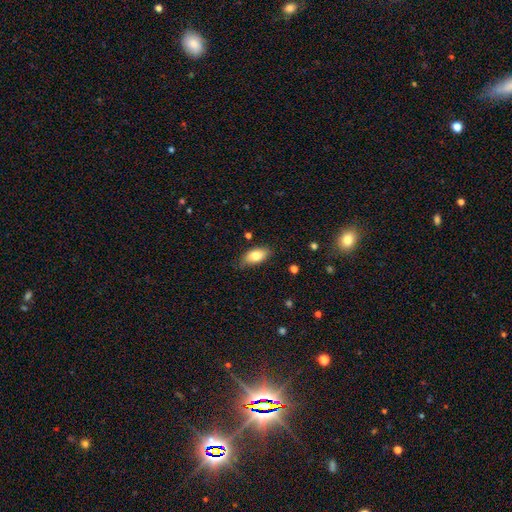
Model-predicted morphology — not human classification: A smooth galaxy with no disk features (79%) that is in between round and cigar-shaped (89%).

Vote fractions:
- Smooth or featured? smooth: 79% / featured or disk: 14% / star or artifact: 7%
- How rounded? in between: 89% / cigar-shaped: 7% / round: 3%
- Merging? none: 77% / minor disturbance: 18% / major disturbance: 3% / merger: 1%